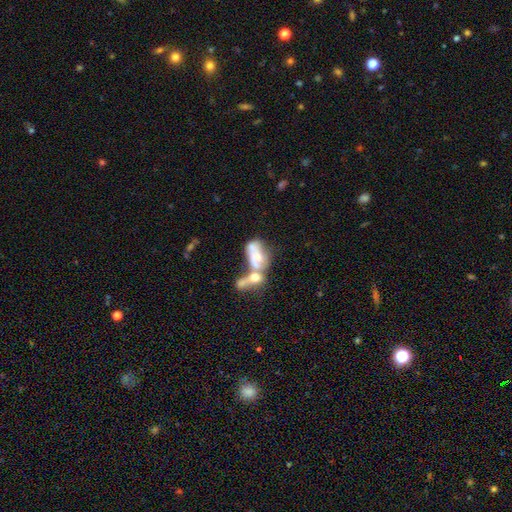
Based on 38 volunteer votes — Smooth or featured?
  - smooth: 53% *
  - featured or disk: 37%
  - star or artifact: 11%
How rounded?
  - in between: 80% *
  - cigar-shaped: 20%
  - round: 0%
Merging?
  - merger: 68% *
  - none: 15%
  - major disturbance: 12%
  - minor disturbance: 6%